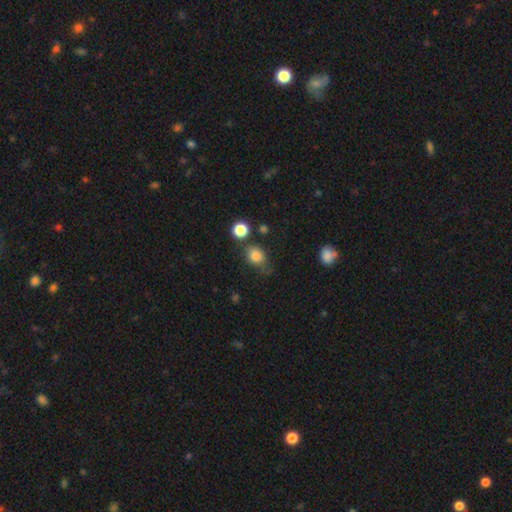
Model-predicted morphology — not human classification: type=smooth (82%); roundness=round (55%); merging=none (56%).